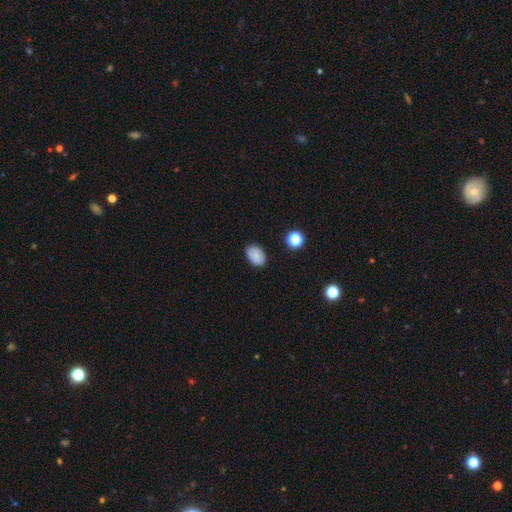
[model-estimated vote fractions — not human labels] smooth-or-featured: smooth: 84% | star or artifact: 9% | featured or disk: 7%
  how-rounded: in between: 85% | round: 14% | cigar-shaped: 1%
  merging: none: 86% | minor disturbance: 11% | major disturbance: 2% | merger: 1%